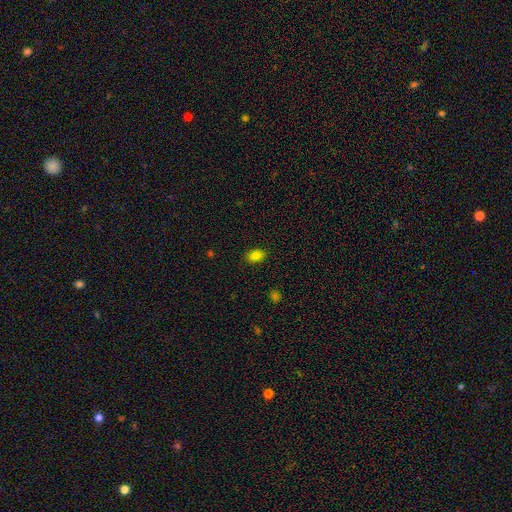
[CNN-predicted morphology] This is clearly a smooth galaxy (83%). How rounded: likely in between (76%). Merging: clearly none (88%).